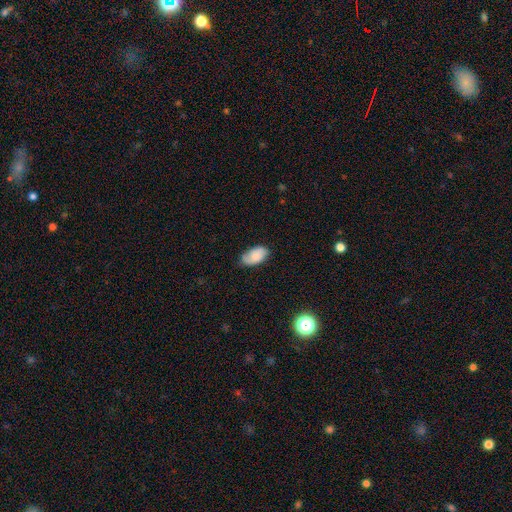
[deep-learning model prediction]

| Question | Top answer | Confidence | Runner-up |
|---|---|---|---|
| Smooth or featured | smooth | 68% | featured or disk (24%) |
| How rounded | in between | 93% | round (5%) |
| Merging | none | 70% | minor disturbance (24%) |